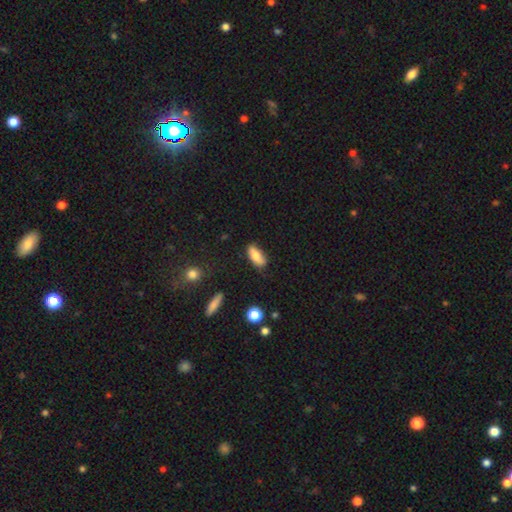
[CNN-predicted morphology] The model was most divided on "merging": none: 71%, minor disturbance: 23%, major disturbance: 4%, merger: 2%. More confident: smooth or featured — smooth (81%); how rounded — in between (80%).